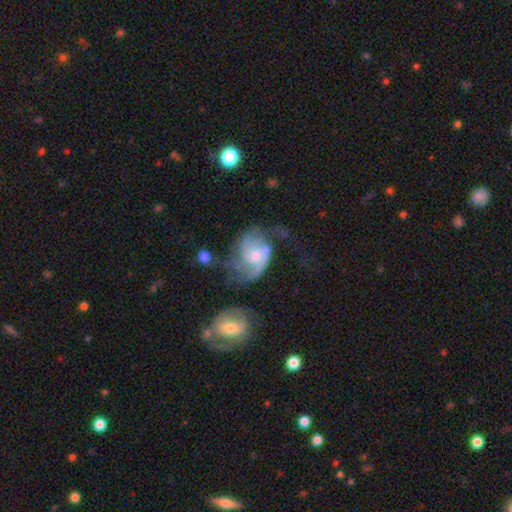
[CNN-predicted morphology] The model was most divided on "merging": major disturbance: 33%, none: 32%, minor disturbance: 21%, merger: 13%. Remaining: edge-on disk — no (98%); spiral arms — yes (89%); smooth or featured — featured or disk (78%); bar — no (70%); bulge size — moderate (57%); spiral arm count — 2 (49%); spiral winding — medium (44%).